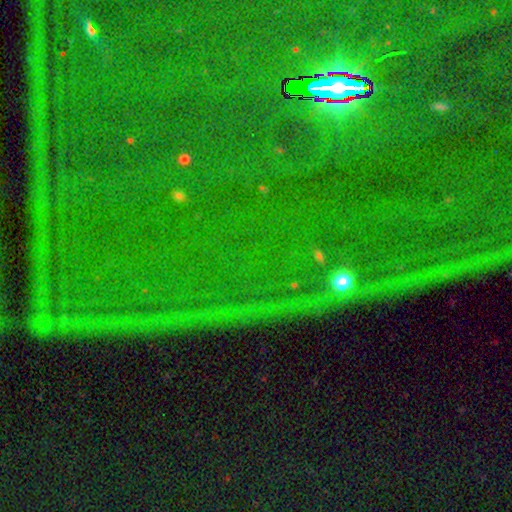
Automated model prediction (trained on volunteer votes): Smooth or featured: star or artifact — 86% (featured or disk — 8%)